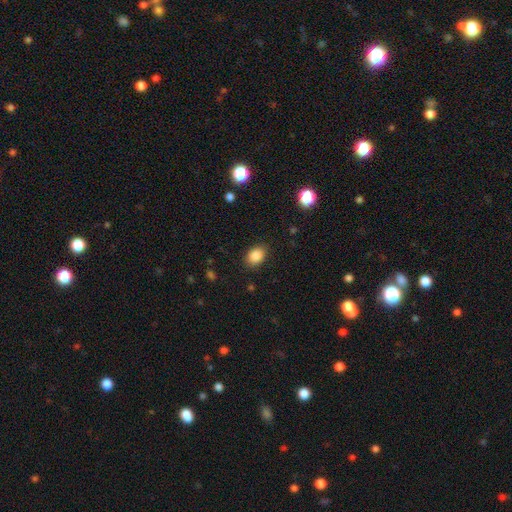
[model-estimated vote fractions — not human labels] This is clearly a smooth galaxy (87%). How rounded: likely in between (69%). Merging: clearly none (87%).